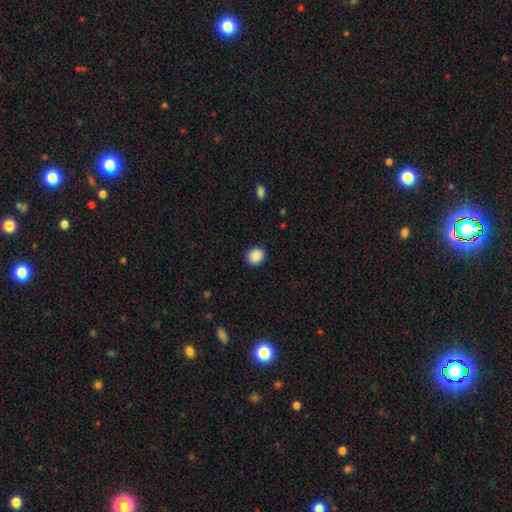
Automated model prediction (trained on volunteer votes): A smooth galaxy with no disk features (89%) that is round (77%).

Vote fractions:
- Smooth or featured? smooth: 89% / star or artifact: 8% / featured or disk: 2%
- How rounded? round: 77% / in between: 22% / cigar-shaped: 1%
- Merging? none: 90% / minor disturbance: 7% / major disturbance: 2% / merger: 1%